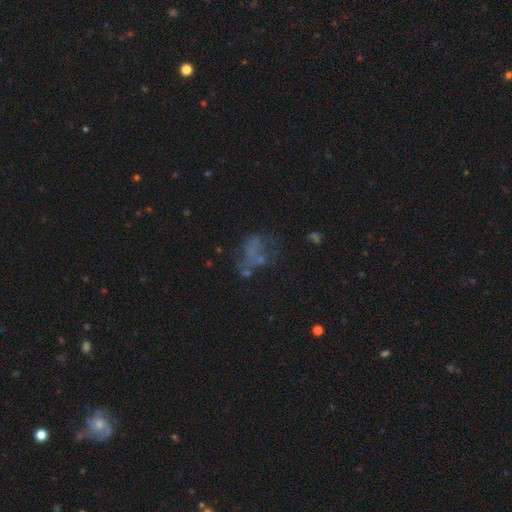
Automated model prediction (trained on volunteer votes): Q: Smooth or featured?
A: featured or disk (41%); runner-up: smooth (33%)
Q: Merging?
A: none (40%); runner-up: major disturbance (29%)